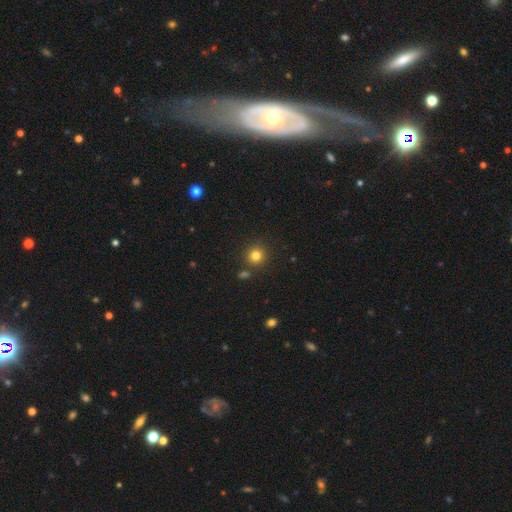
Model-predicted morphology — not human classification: A smooth galaxy with no disk features (81%) that is round (92%). Merging: none (84%).